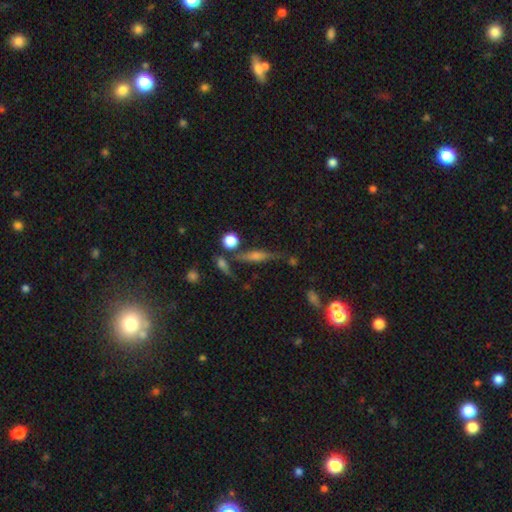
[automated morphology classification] featured or disk 61%, smooth 27%, star or artifact 13%. Down the decision tree: edge-on disk — yes (91%); edge-on bulge — rounded (77%); merging — none (72%).